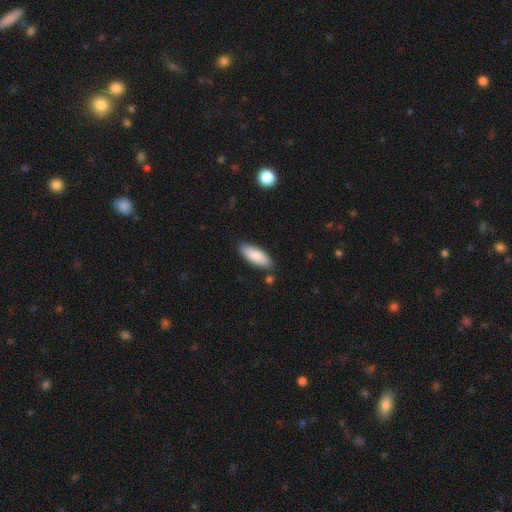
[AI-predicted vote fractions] smooth 84%, featured or disk 10%, star or artifact 6%. Down the decision tree: how rounded — in between (73%); merging — none (84%).